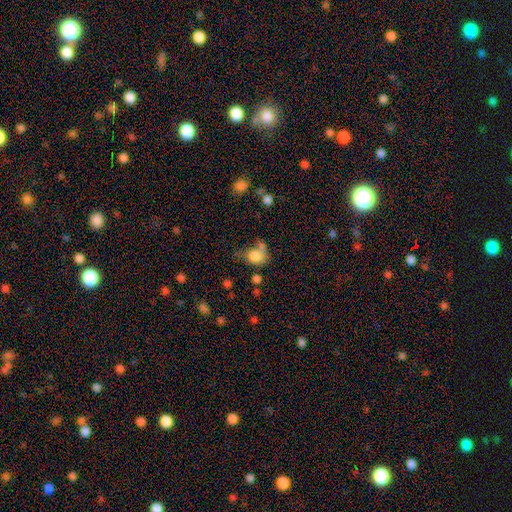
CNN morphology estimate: Smooth or featured?
  - smooth: 78% *
  - featured or disk: 12%
  - star or artifact: 10%
How rounded?
  - round: 56% *
  - in between: 42%
  - cigar-shaped: 1%
Merging?
  - none: 36% *
  - merger: 27%
  - minor disturbance: 21%
  - major disturbance: 16%